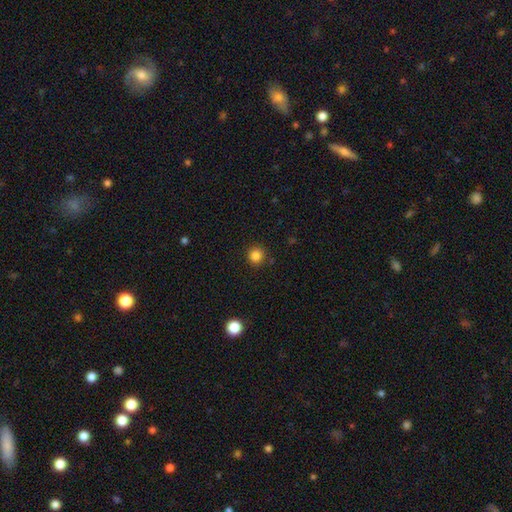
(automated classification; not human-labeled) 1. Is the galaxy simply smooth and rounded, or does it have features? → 84% smooth, 12% star or artifact, 4% featured or disk.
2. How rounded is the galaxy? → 93% round, 6% in between, 1% cigar-shaped.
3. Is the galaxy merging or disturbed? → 89% none, 7% minor disturbance, 2% major disturbance, 2% merger.